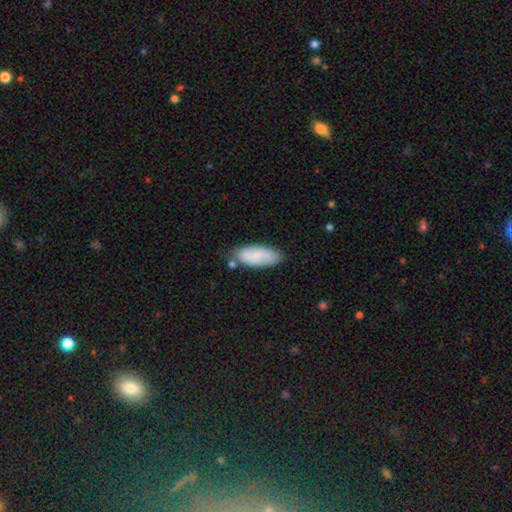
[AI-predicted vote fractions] Smooth or featured? Predicted: smooth (p=0.72). How rounded? Predicted: in between (p=0.84). Merging? Predicted: none (p=0.72).